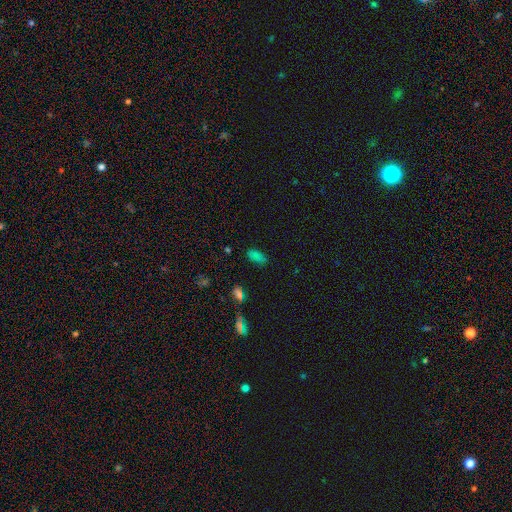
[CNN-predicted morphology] smooth_or_featured: smooth (p=0.75) [alt: star or artifact p=0.20]
how_rounded: in between (p=0.88) [alt: cigar-shaped p=0.08]
merging: none (p=0.79) [alt: minor disturbance p=0.14]